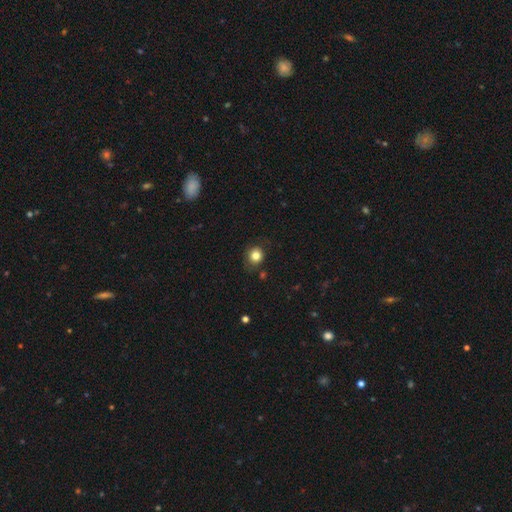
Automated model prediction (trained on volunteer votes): This appears to be a smooth galaxy with no disk features (82%) that is round (82%). Merging: none (80%).